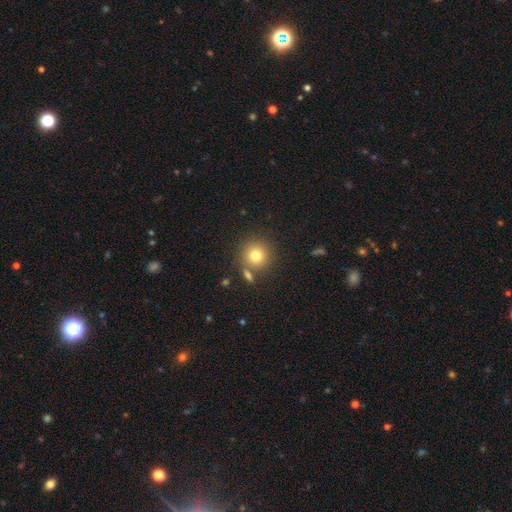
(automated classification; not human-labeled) Smooth or featured? smooth (78%)
How rounded? round (92%)
Merging? none (74%)